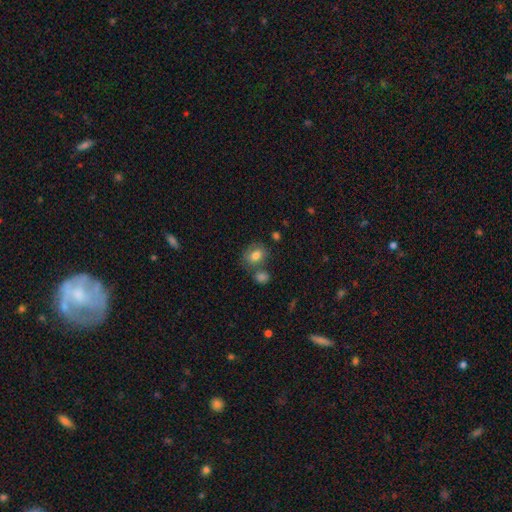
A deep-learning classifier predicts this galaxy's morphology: A smooth galaxy with no disk features (77%) that is in between round and cigar-shaped (58%).

Vote fractions:
- Smooth or featured? smooth: 77% / featured or disk: 13% / star or artifact: 9%
- How rounded? in between: 58% / round: 41% / cigar-shaped: 1%
- Merging? none: 58% / merger: 20% / minor disturbance: 17% / major disturbance: 6%